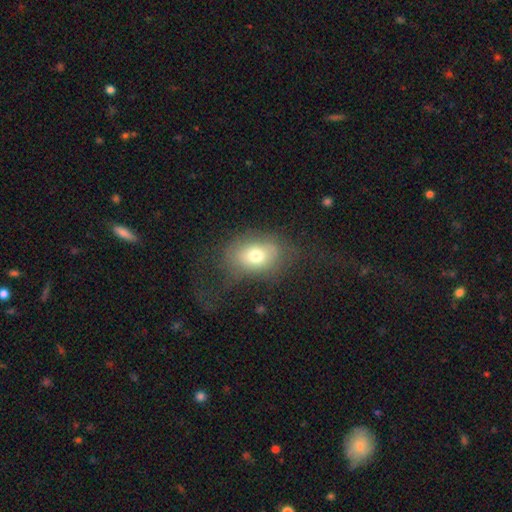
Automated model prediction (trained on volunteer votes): Smooth or featured?
  - smooth: 70% *
  - featured or disk: 20%
  - star or artifact: 10%
How rounded?
  - in between: 69% *
  - round: 30%
  - cigar-shaped: 1%
Merging?
  - none: 50% *
  - major disturbance: 26%
  - minor disturbance: 23%
  - merger: 2%